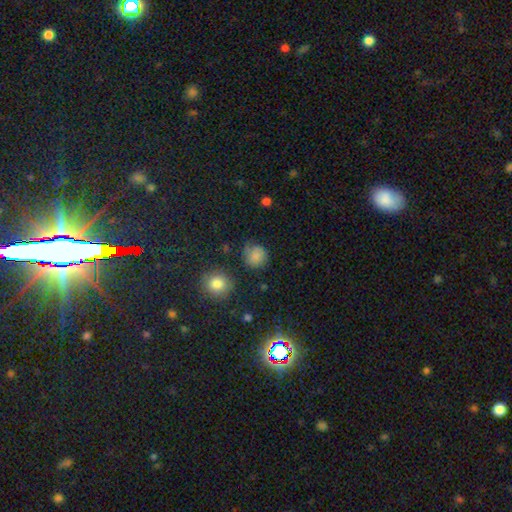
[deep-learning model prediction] Q: Smooth or featured?
A: smooth (82%); runner-up: star or artifact (11%)
Q: How rounded?
A: round (87%); runner-up: in between (12%)
Q: Merging?
A: none (68%); runner-up: minor disturbance (21%)